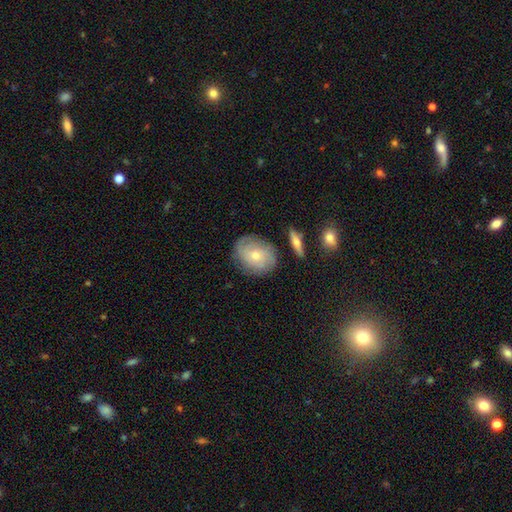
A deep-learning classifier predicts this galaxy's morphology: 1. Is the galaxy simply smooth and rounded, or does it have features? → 53% featured or disk, 39% smooth, 8% star or artifact.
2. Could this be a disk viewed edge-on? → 95% no, 5% yes.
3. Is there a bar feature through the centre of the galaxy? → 80% no, 17% weak, 3% strong.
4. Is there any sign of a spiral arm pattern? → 82% yes, 18% no.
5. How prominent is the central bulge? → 52% small, 43% moderate, 2% large, 1% none, 1% dominant.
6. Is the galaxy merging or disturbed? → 78% none, 15% minor disturbance, 4% major disturbance, 2% merger.